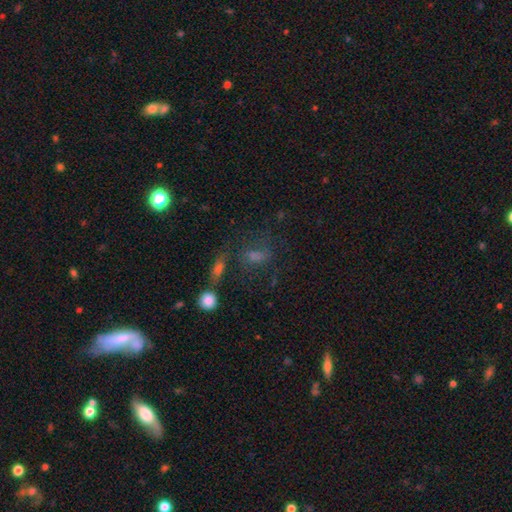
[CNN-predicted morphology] smooth-or-featured: smooth: 53% | featured or disk: 24% | star or artifact: 23%
  how-rounded: in between: 65% | round: 25% | cigar-shaped: 10%
  merging: none: 47% | major disturbance: 21% | minor disturbance: 18% | merger: 13%